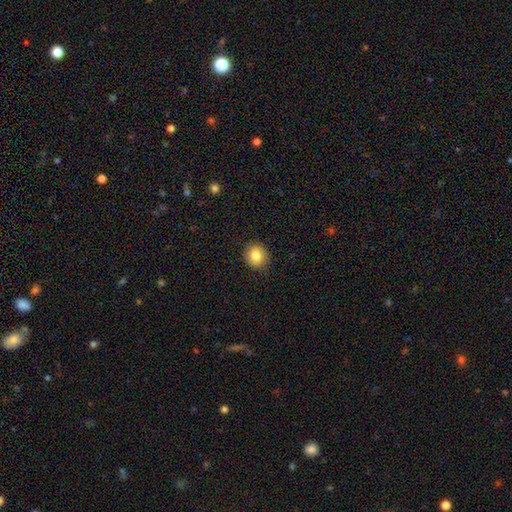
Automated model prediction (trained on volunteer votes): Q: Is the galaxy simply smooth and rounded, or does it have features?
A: smooth — 83%.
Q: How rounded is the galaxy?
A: round — 75%.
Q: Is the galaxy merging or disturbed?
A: none — 86%.